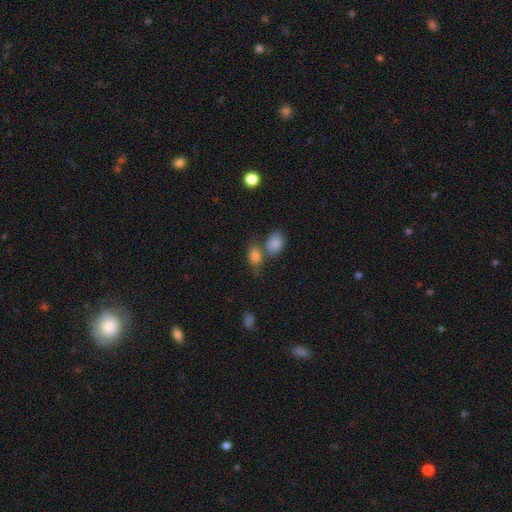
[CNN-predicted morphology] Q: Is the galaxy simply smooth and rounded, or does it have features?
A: smooth — 75%.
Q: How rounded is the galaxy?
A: in between — 69%.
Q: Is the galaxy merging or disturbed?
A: none — 45%.